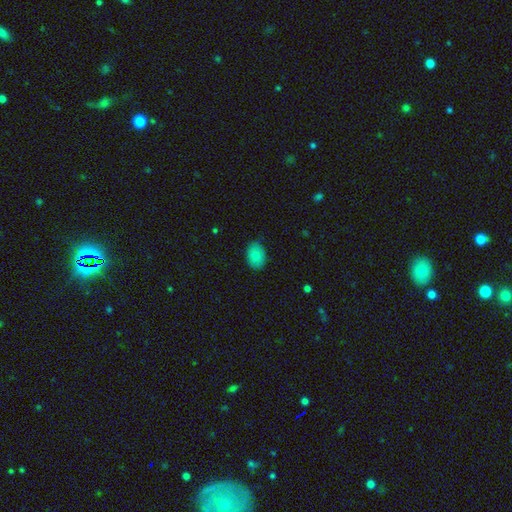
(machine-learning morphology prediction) Overall: smooth (85%). How rounded: in between (79%). Merging: none (82%).